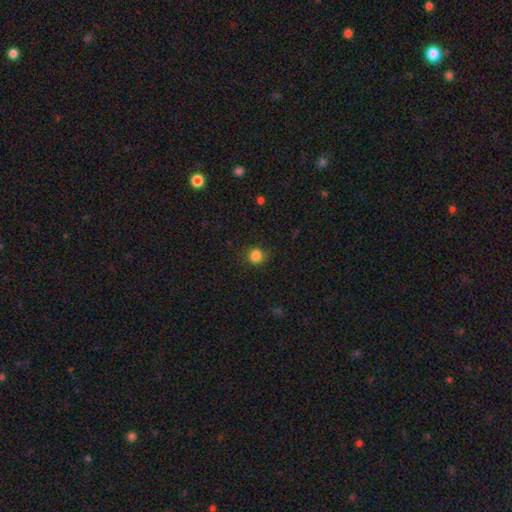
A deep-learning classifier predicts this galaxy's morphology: Smooth or featured?
  - smooth: 84% *
  - star or artifact: 12%
  - featured or disk: 3%
How rounded?
  - round: 87% *
  - in between: 12%
  - cigar-shaped: 1%
Merging?
  - none: 85% *
  - minor disturbance: 11%
  - major disturbance: 3%
  - merger: 1%